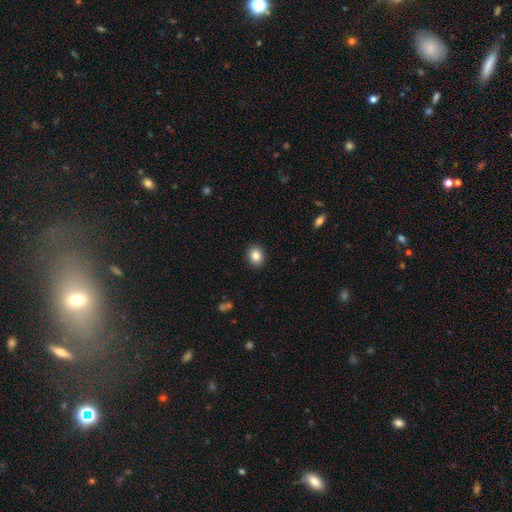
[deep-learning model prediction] This appears to be a smooth galaxy with no disk features (85%) that is round (55%). Merging: none (90%).